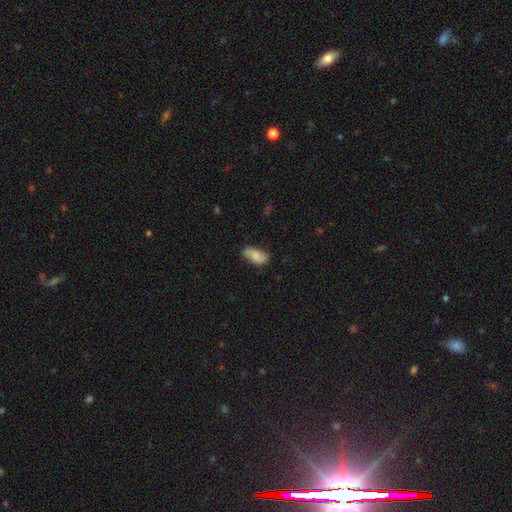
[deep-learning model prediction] Smooth or featured?
  - smooth: 64% *
  - featured or disk: 29%
  - star or artifact: 7%
How rounded?
  - in between: 90% *
  - cigar-shaped: 7%
  - round: 3%
Merging?
  - none: 63% *
  - minor disturbance: 28%
  - major disturbance: 7%
  - merger: 2%